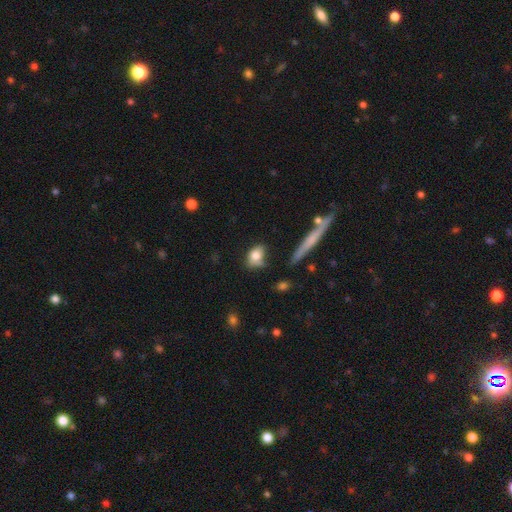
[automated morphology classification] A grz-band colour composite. It shows a smooth galaxy with no disk features (77%) that is in between round and cigar-shaped (69%). Merging: none (46%).